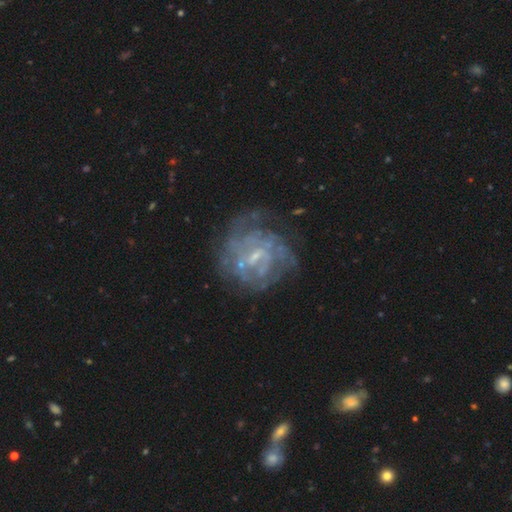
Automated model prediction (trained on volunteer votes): This is likely a featured or disk galaxy (79%). It is clearly not viewed edge-on (98%). Bar: possibly weak (56%). Spiral arm pattern: likely yes (73%). Spiral arm count: possibly can't tell (54%). Spiral winding: possibly tight (56%). Central bulge: possibly small (57%). Merging: possibly none (60%).